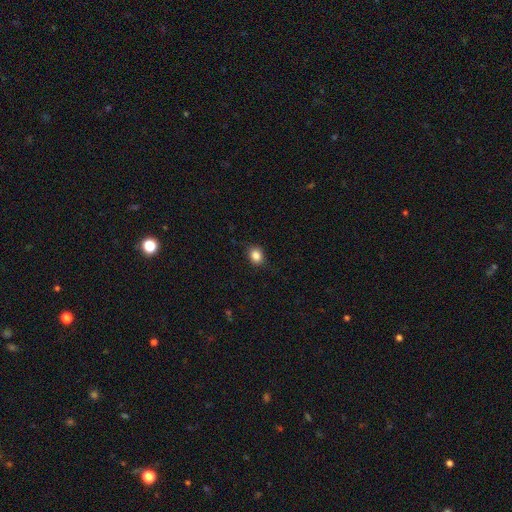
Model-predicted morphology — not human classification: This appears to be a smooth galaxy with no disk features (85%) that is round (54%). Merging: none (84%).